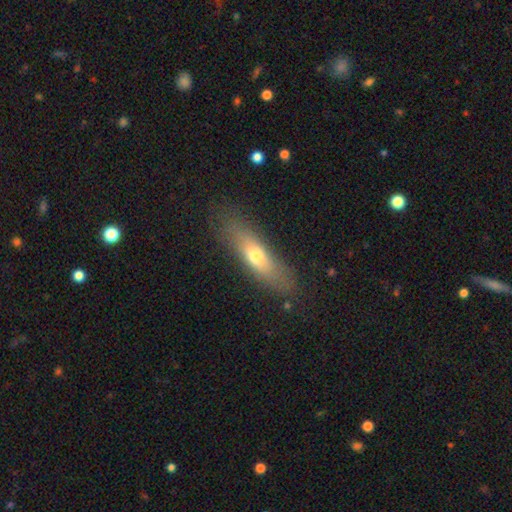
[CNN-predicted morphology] smooth-or-featured: smooth: 60% | featured or disk: 32% | star or artifact: 7%
  how-rounded: cigar-shaped: 58% | in between: 39% | round: 3%
  merging: none: 80% | minor disturbance: 13% | major disturbance: 5% | merger: 1%